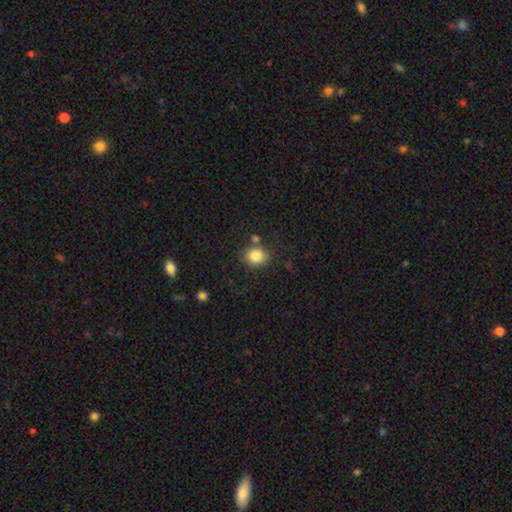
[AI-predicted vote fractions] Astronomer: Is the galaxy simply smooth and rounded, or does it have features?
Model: smooth — 85%.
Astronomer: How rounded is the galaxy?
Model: round — 68%.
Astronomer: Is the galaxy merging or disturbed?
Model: none — 78%.